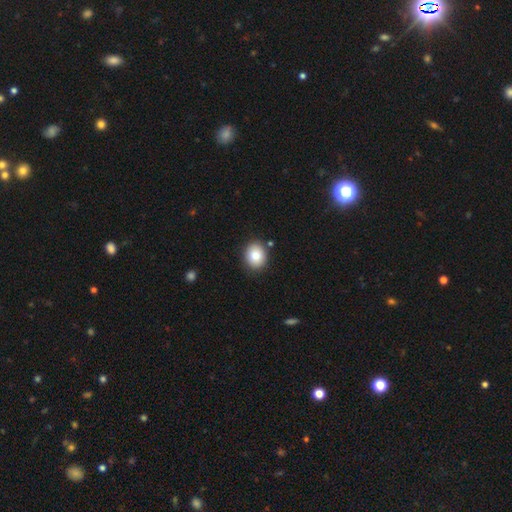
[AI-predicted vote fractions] Smooth or featured?
  - smooth: 82% *
  - featured or disk: 9%
  - star or artifact: 9%
How rounded?
  - round: 63% *
  - in between: 36%
  - cigar-shaped: 1%
Merging?
  - none: 86% *
  - minor disturbance: 9%
  - merger: 3%
  - major disturbance: 2%